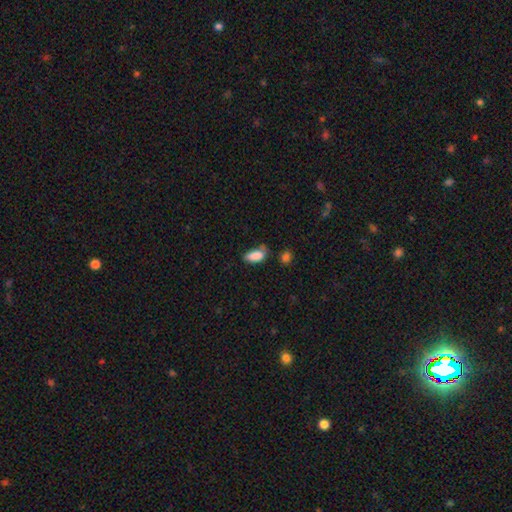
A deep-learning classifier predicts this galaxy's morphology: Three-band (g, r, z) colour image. It shows a smooth galaxy with no disk features (86%) that is in between round and cigar-shaped (89%). Merging: none (52%).